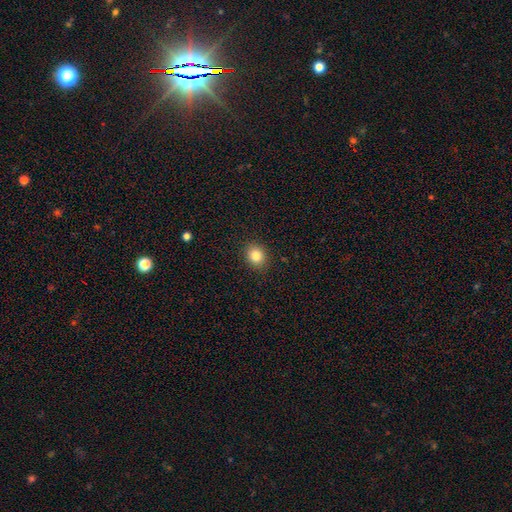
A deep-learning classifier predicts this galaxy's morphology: smooth-or-featured: smooth: 83% | star or artifact: 11% | featured or disk: 6%
  how-rounded: round: 70% | in between: 29% | cigar-shaped: 1%
  merging: none: 90% | minor disturbance: 7% | major disturbance: 2% | merger: 1%